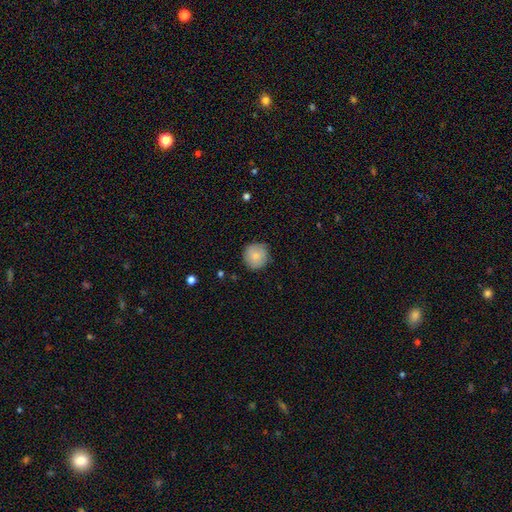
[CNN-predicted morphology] Q: Smooth or featured?
A: smooth (81%); runner-up: featured or disk (11%)
Q: How rounded?
A: round (94%); runner-up: in between (5%)
Q: Merging?
A: none (84%); runner-up: minor disturbance (12%)